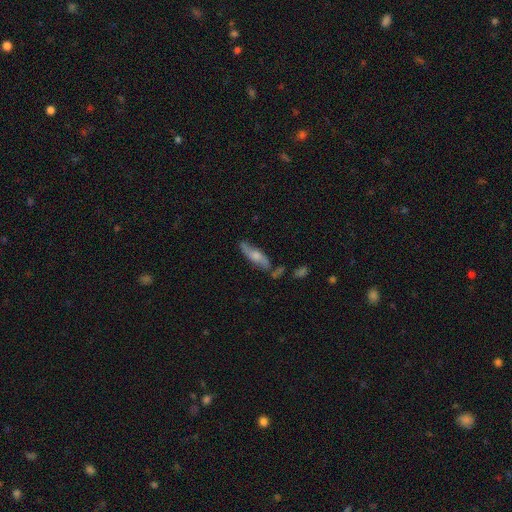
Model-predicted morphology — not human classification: This appears to be a featured or disk galaxy (48%). Merging: none (66%).